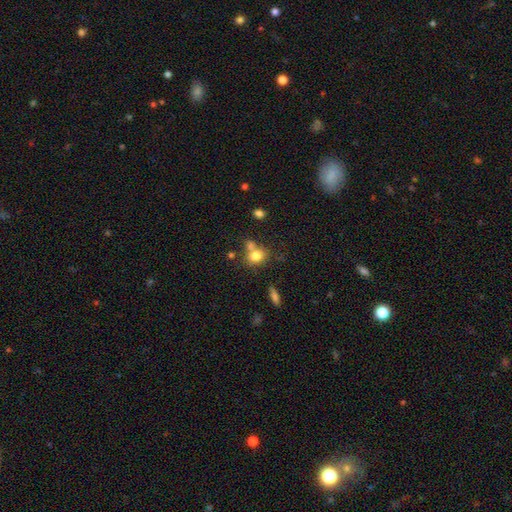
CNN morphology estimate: smooth_or_featured: smooth (p=0.78) [alt: star or artifact p=0.11]
how_rounded: round (p=0.55) [alt: in between p=0.43]
merging: none (p=0.49) [alt: merger p=0.35]